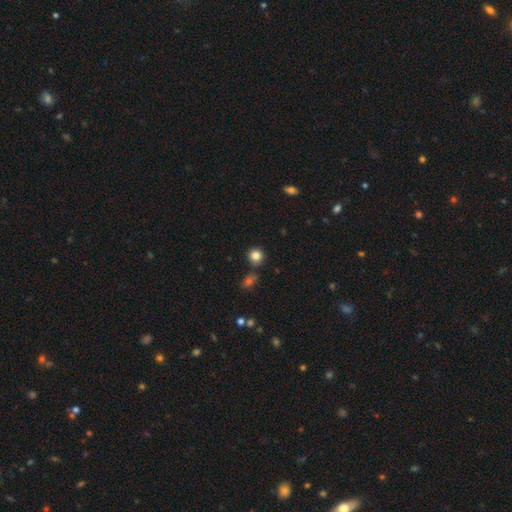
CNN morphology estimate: Smooth or featured?
  - smooth: 83% *
  - star or artifact: 11%
  - featured or disk: 6%
How rounded?
  - round: 89% *
  - in between: 10%
  - cigar-shaped: 1%
Merging?
  - none: 81% *
  - minor disturbance: 10%
  - merger: 7%
  - major disturbance: 3%